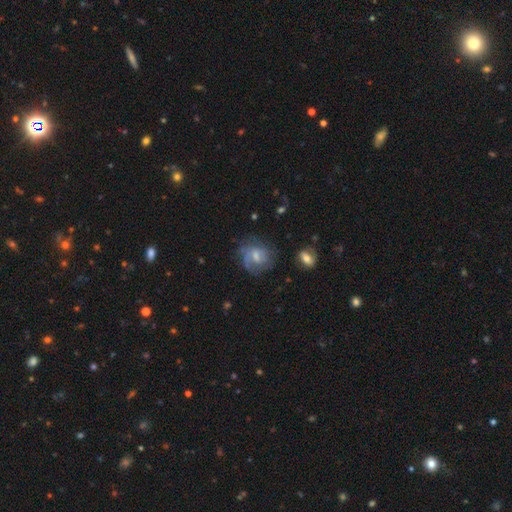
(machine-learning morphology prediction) smooth-or-featured: featured or disk: 60% | smooth: 31% | star or artifact: 9%
  disk-edge-on: no: 97% | yes: 3%
    bar: weak: 48% | no: 42% | strong: 9%
    has-spiral-arms: yes: 78% | no: 22%
    bulge-size: small: 42% | moderate: 40% | none: 13% | large: 4% | dominant: 1%
  merging: none: 55% | minor disturbance: 23% | major disturbance: 19% | merger: 3%